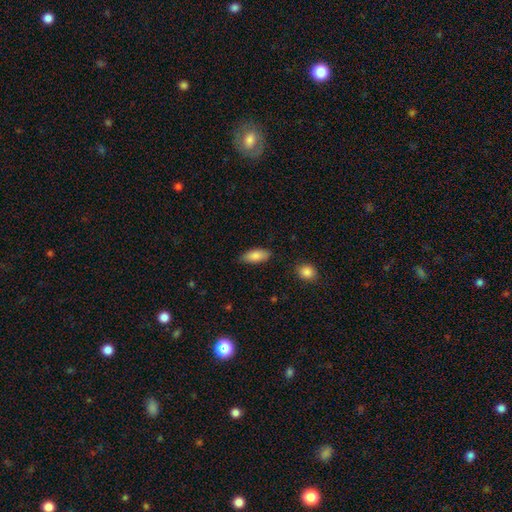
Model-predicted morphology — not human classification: A smooth galaxy with no disk features (86%) that is in between round and cigar-shaped (84%). Merging: none (83%).